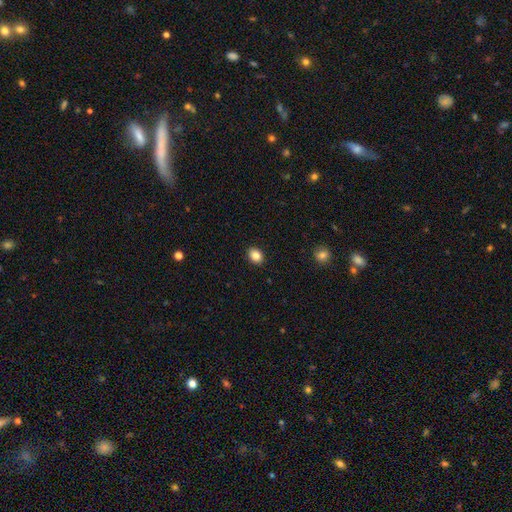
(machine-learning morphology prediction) smooth 85%, star or artifact 10%, featured or disk 6%. Down the decision tree: how rounded — in between (61%); merging — none (91%).